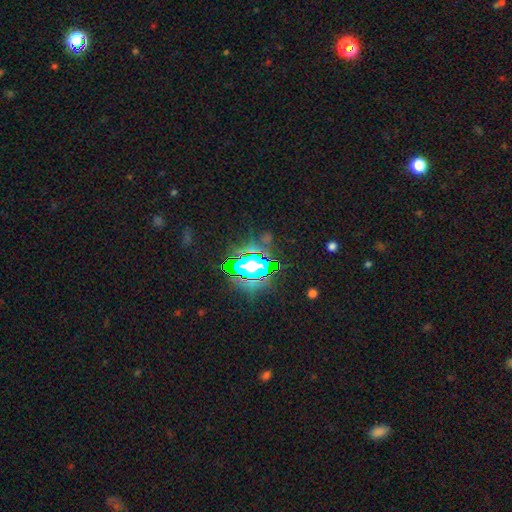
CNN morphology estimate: The model was most divided on "smooth or featured": star or artifact: 81%, smooth: 12%, featured or disk: 8%.